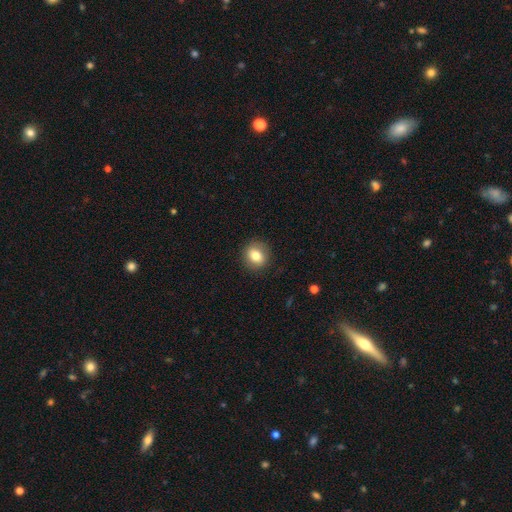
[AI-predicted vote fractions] Overall: smooth (79%). How rounded: round (71%). Merging: none (88%).